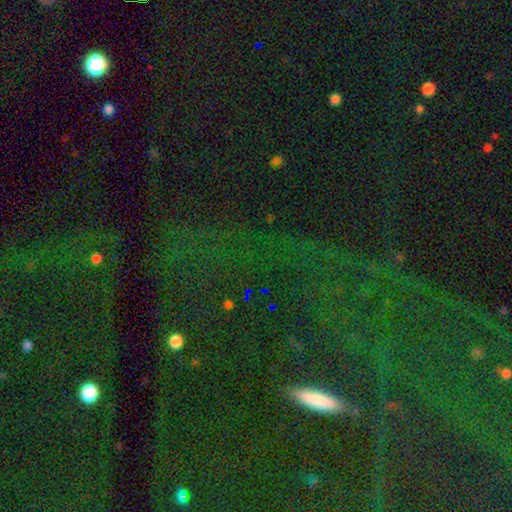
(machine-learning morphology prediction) This is likely a star or artifact rather than a galaxy (73%).